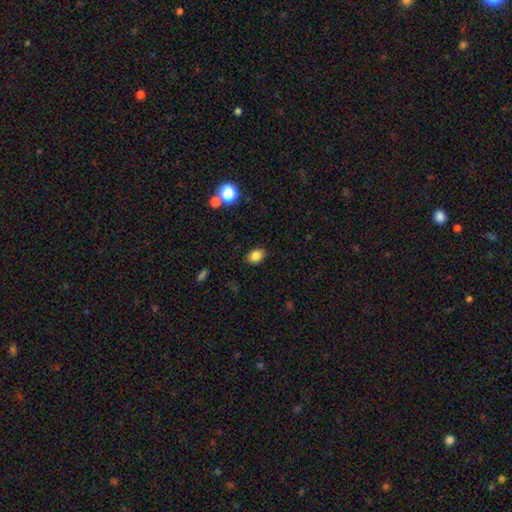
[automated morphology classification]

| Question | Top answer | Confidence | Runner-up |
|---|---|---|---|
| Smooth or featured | smooth | 84% | star or artifact (10%) |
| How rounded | in between | 75% | round (23%) |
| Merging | none | 87% | minor disturbance (9%) |